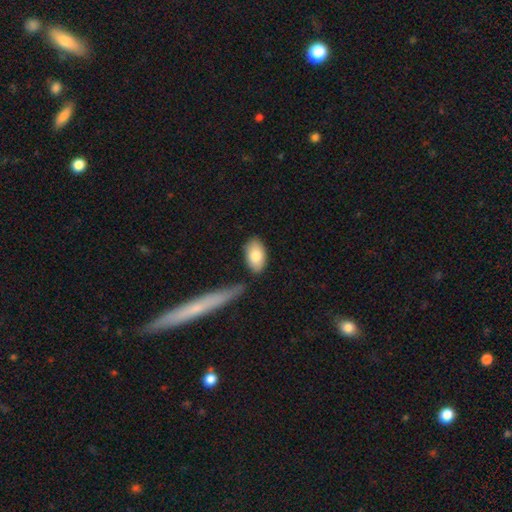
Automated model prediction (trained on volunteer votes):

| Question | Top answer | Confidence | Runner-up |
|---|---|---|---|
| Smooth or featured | smooth | 81% | featured or disk (14%) |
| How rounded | in between | 93% | round (4%) |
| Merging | none | 80% | minor disturbance (12%) |